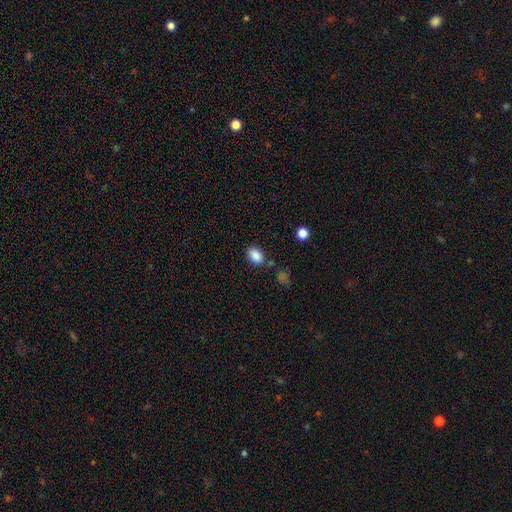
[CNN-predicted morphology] Smooth or featured: smooth — 87% (star or artifact — 9%)
How rounded: in between — 81% (round — 17%)
Merging: none — 79% (minor disturbance — 13%)